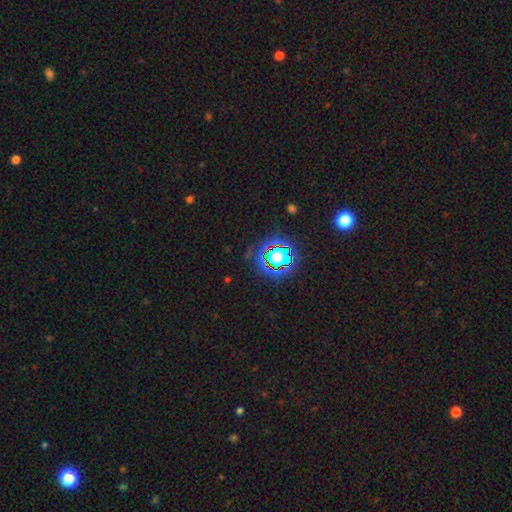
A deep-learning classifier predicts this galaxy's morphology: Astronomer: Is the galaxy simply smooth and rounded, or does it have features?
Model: star or artifact — 79%.